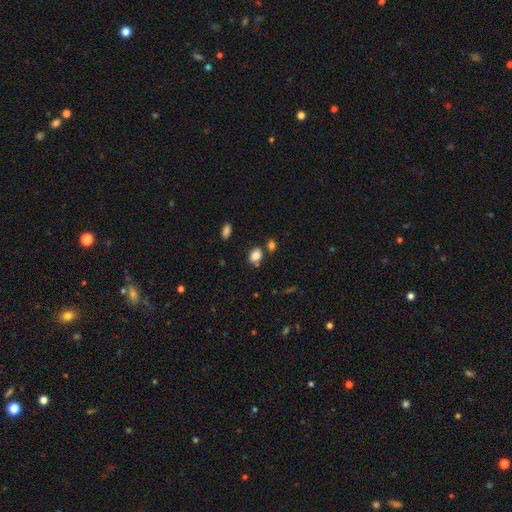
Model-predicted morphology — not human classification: Smooth or featured? smooth (85%)
How rounded? in between (68%)
Merging? none (67%)